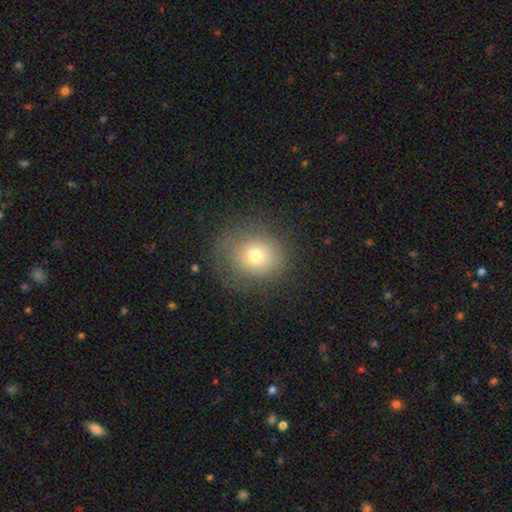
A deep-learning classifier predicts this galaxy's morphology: Overall: smooth (71%). How rounded: round (81%). Merging: none (76%).